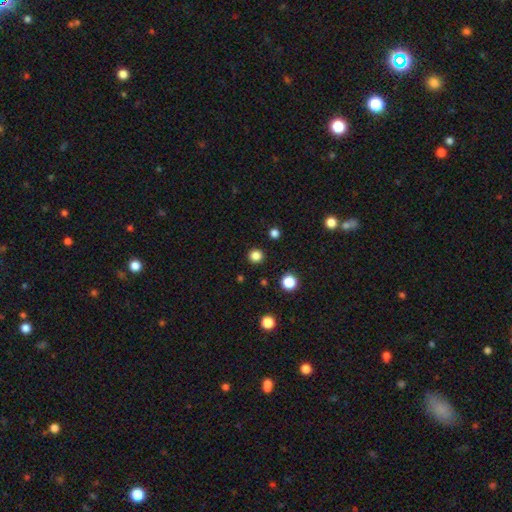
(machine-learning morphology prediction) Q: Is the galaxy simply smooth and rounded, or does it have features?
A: smooth — 83%.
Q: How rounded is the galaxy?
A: round — 95%.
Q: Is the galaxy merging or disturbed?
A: none — 92%.